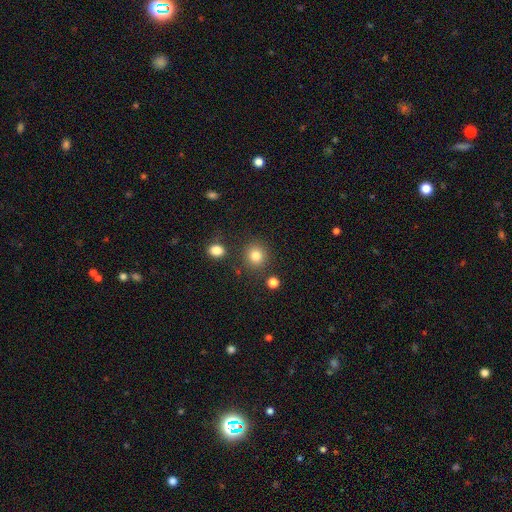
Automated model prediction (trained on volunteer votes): This is clearly a smooth galaxy (82%). How rounded: clearly round (87%). Merging: clearly none (84%).